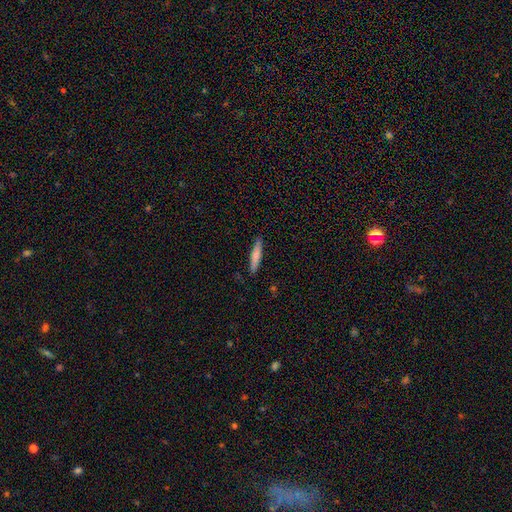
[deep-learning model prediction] smooth-or-featured: smooth: 69% | featured or disk: 26% | star or artifact: 5%
  how-rounded: cigar-shaped: 92% | in between: 7% | round: 1%
  merging: none: 90% | minor disturbance: 7% | major disturbance: 1% | merger: 1%